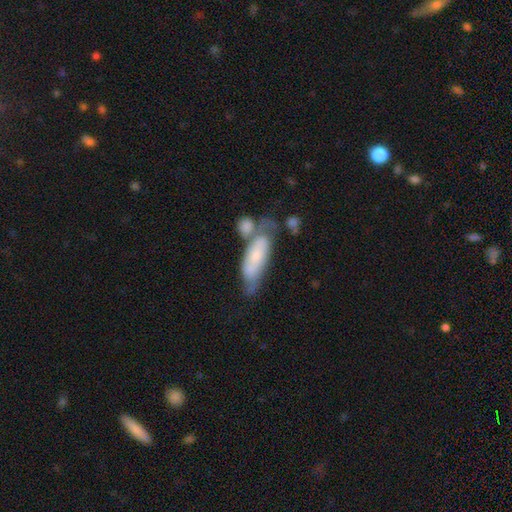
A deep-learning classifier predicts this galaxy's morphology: smooth_or_featured: smooth (p=0.51) [alt: featured or disk p=0.43]
how_rounded: in between (p=0.62) [alt: cigar-shaped p=0.35]
merging: merger (p=0.41) [alt: none p=0.27]